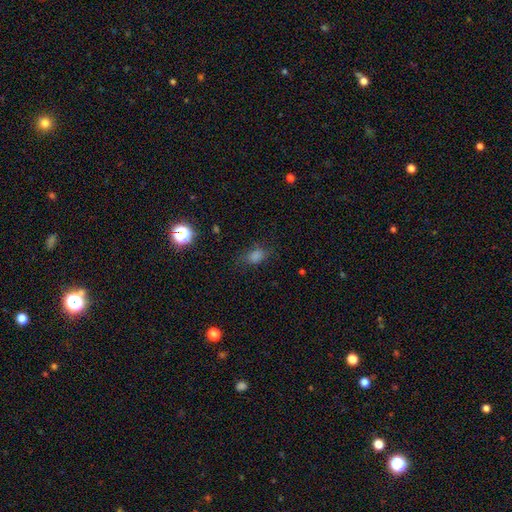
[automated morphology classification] This appears to be a smooth galaxy with no disk features (66%) that is in between round and cigar-shaped (68%). Merging: none (71%).